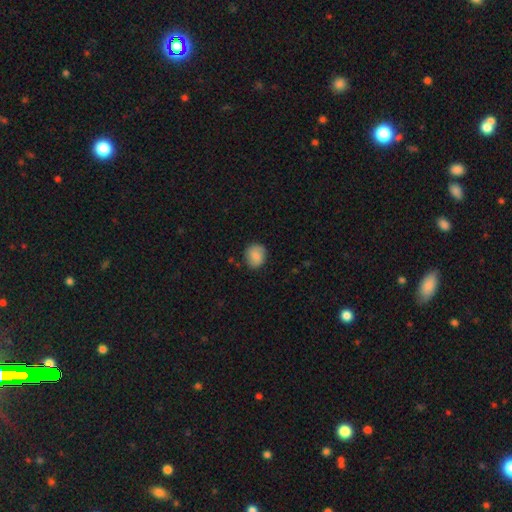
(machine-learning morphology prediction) smooth_or_featured: smooth (p=0.86) [alt: star or artifact p=0.08]
how_rounded: round (p=0.74) [alt: in between p=0.25]
merging: none (p=0.83) [alt: minor disturbance p=0.13]